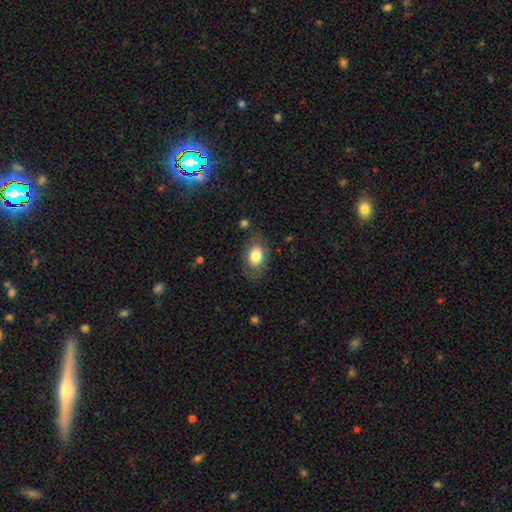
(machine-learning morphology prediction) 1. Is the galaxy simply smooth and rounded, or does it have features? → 74% smooth, 18% featured or disk, 7% star or artifact.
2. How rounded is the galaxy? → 83% in between, 16% round, 1% cigar-shaped.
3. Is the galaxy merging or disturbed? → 75% none, 16% minor disturbance, 6% major disturbance, 2% merger.